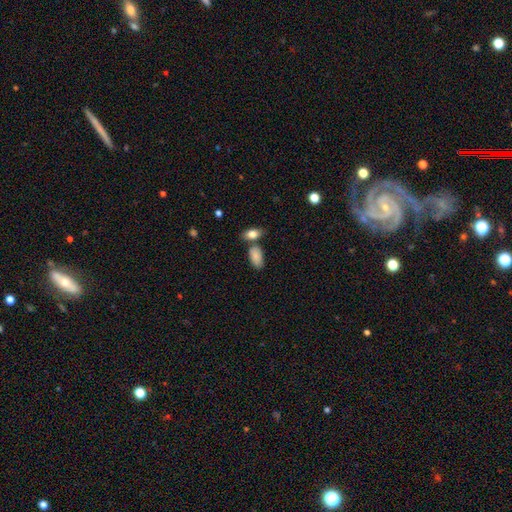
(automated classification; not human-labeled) smooth-or-featured: smooth: 85% | featured or disk: 8% | star or artifact: 7%
  how-rounded: in between: 93% | round: 4% | cigar-shaped: 3%
  merging: none: 57% | merger: 21% | minor disturbance: 17% | major disturbance: 4%